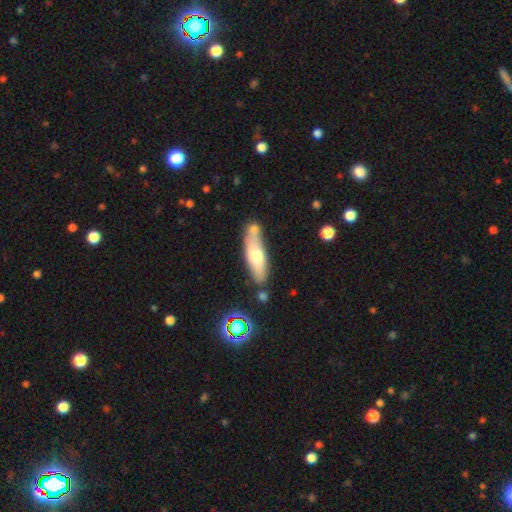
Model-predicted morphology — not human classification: smooth 56%, featured or disk 37%, star or artifact 7%. Down the decision tree: how rounded — cigar-shaped (57%); merging — none (63%).